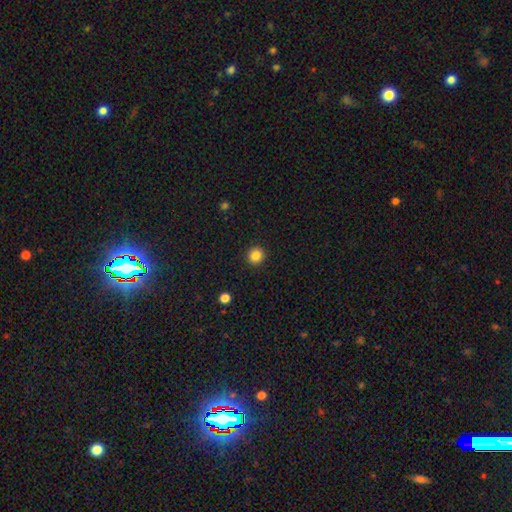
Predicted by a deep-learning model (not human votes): Smooth or featured? smooth (85%)
How rounded? round (93%)
Merging? none (93%)